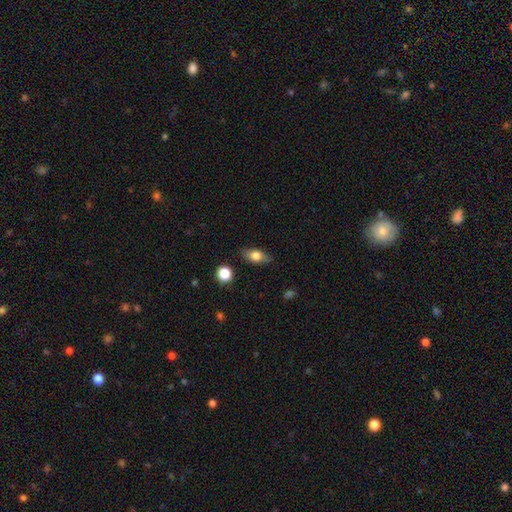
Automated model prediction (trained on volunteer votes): Q: Smooth or featured?
A: smooth (72%); runner-up: featured or disk (20%)
Q: How rounded?
A: in between (79%); runner-up: round (11%)
Q: Merging?
A: none (82%); runner-up: minor disturbance (13%)